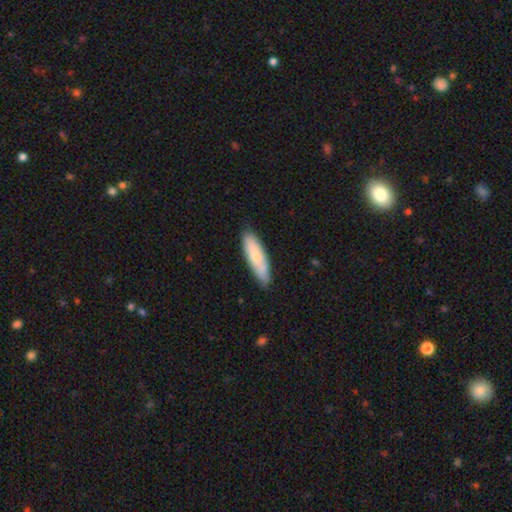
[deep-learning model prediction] Q: Smooth or featured?
A: smooth (75%); runner-up: featured or disk (20%)
Q: How rounded?
A: cigar-shaped (61%); runner-up: in between (37%)
Q: Merging?
A: none (84%); runner-up: minor disturbance (13%)